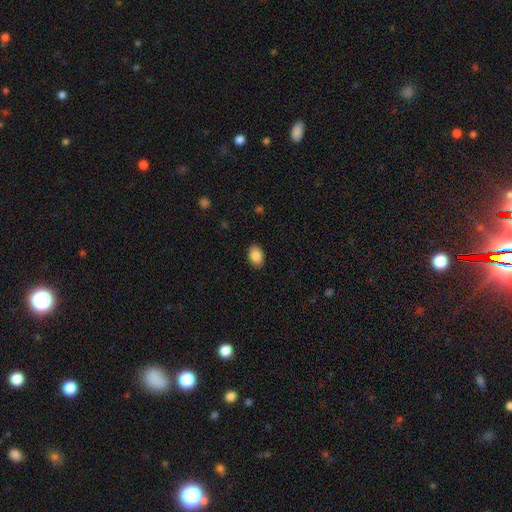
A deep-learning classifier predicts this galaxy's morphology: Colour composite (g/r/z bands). It shows a smooth galaxy with no disk features (89%) that is in between round and cigar-shaped (84%). Merging: none (89%).